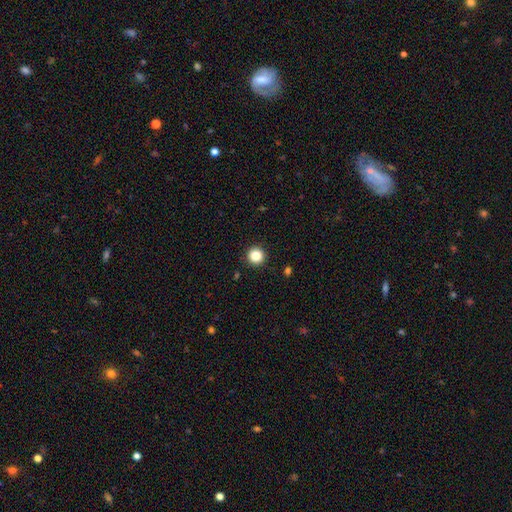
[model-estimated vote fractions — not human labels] Morphology: type=smooth (85%); roundness=round (96%); merging=none (93%).